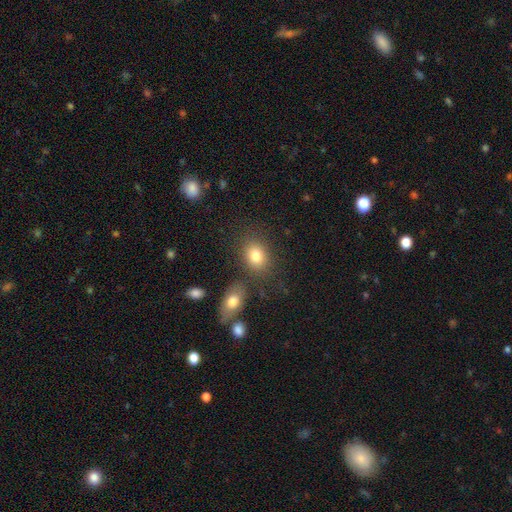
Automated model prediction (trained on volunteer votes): Smooth or featured?
  - smooth: 81% *
  - star or artifact: 10%
  - featured or disk: 9%
How rounded?
  - in between: 60% *
  - round: 38%
  - cigar-shaped: 1%
Merging?
  - none: 74% *
  - minor disturbance: 12%
  - merger: 10%
  - major disturbance: 5%